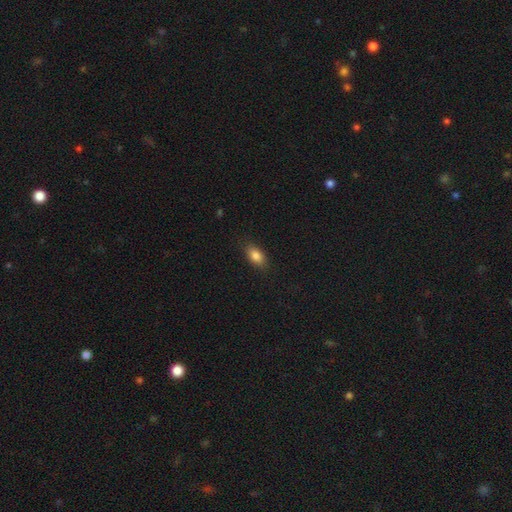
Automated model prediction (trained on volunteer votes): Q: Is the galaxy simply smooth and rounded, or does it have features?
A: smooth — 85%.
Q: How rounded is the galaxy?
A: in between — 89%.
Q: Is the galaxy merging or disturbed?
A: none — 85%.